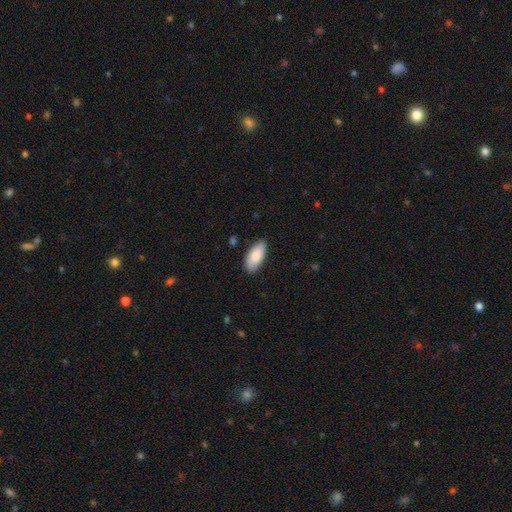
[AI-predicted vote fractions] Smooth or featured? smooth (86%)
How rounded? in between (90%)
Merging? none (84%)